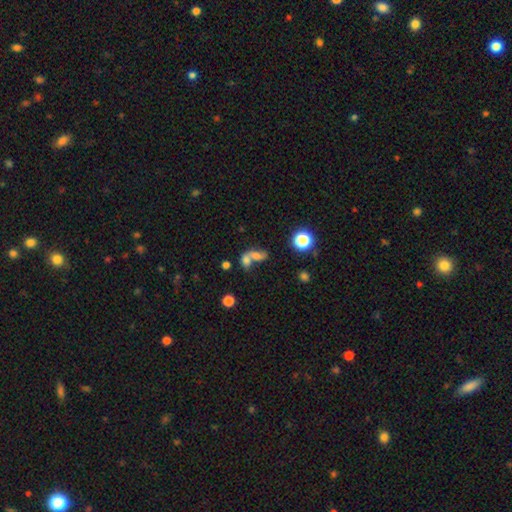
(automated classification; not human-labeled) A smooth galaxy with no disk features (58%) that is in between round and cigar-shaped (66%).

Vote fractions:
- Smooth or featured? smooth: 58% / featured or disk: 26% / star or artifact: 16%
- How rounded? in between: 66% / round: 27% / cigar-shaped: 6%
- Merging? merger: 68% / none: 18% / major disturbance: 7% / minor disturbance: 7%